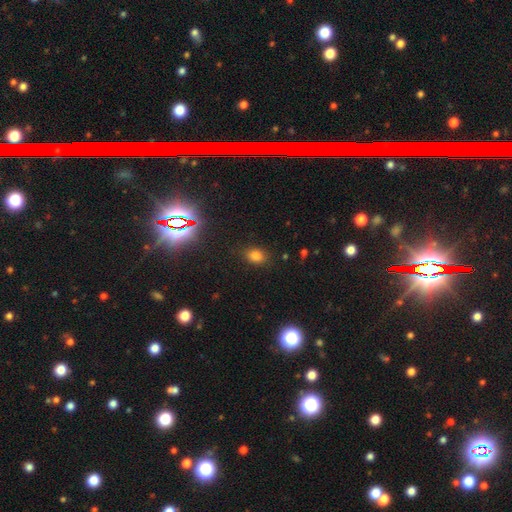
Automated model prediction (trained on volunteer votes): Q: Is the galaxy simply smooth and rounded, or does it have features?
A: smooth — 77%.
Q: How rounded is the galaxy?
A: in between — 68%.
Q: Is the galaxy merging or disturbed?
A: none — 83%.